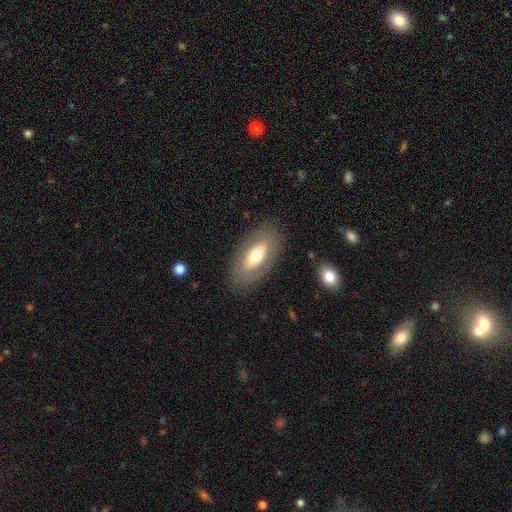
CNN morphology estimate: Smooth or featured? smooth (51%)
How rounded? in between (91%)
Merging? none (83%)